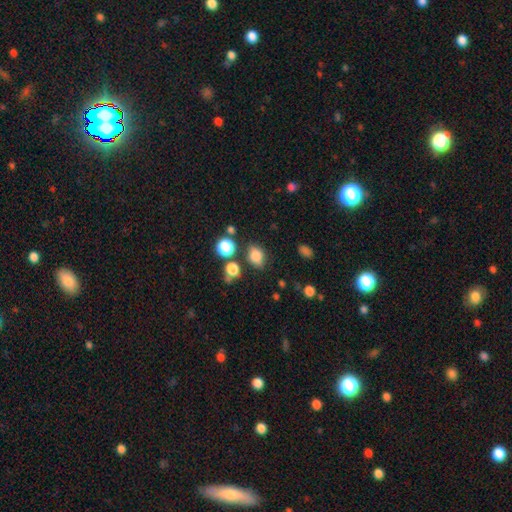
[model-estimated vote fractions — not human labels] The model was most divided on "how rounded": in between: 58%, round: 41%, cigar-shaped: 1%. More confident: smooth or featured — smooth (80%); merging — none (71%).